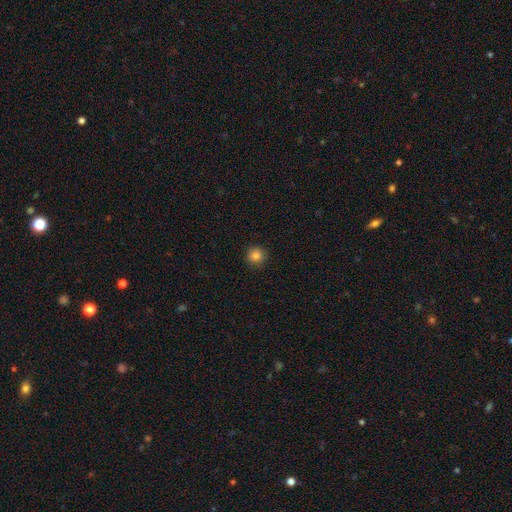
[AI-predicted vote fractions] smooth-or-featured: smooth: 83% | star or artifact: 11% | featured or disk: 5%
  how-rounded: round: 93% | in between: 6% | cigar-shaped: 1%
  merging: none: 90% | minor disturbance: 7% | major disturbance: 2% | merger: 1%